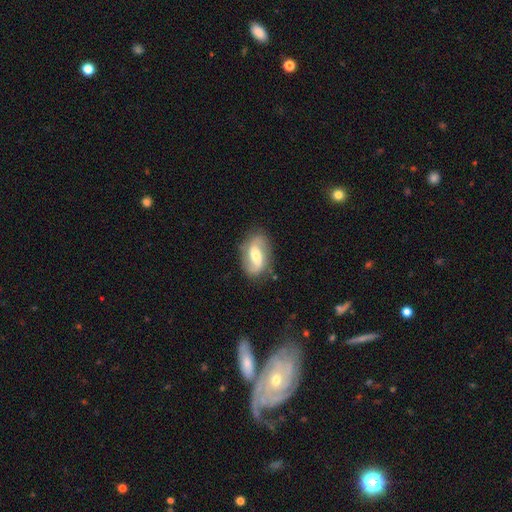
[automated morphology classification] Overall: featured or disk (72%). Edge-on disk: no (95%). Bar: weak (43%; strong 32%). Spiral arms: yes (87%). Spiral arm count: 2 (88%). Spiral winding: loose (56%; medium 32%). Bulge size: moderate (63%). Merging: none (78%).